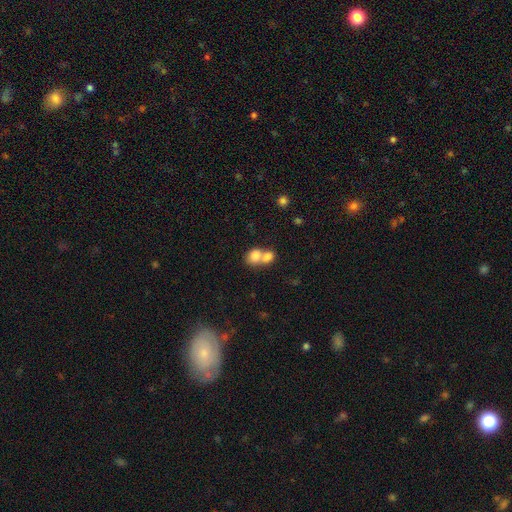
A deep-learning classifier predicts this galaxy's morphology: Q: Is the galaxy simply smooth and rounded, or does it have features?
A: smooth — 77%.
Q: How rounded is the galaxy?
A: in between — 57%.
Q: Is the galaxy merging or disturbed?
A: merger — 72%.